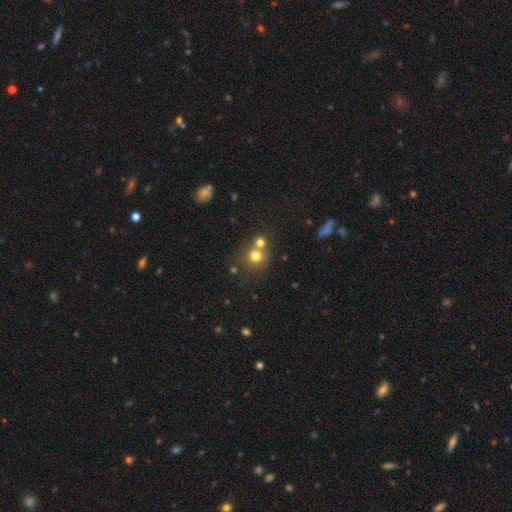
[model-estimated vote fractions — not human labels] Smooth or featured: smooth — 73% (star or artifact — 16%)
How rounded: round — 86% (in between — 13%)
Merging: none — 51% (merger — 39%)